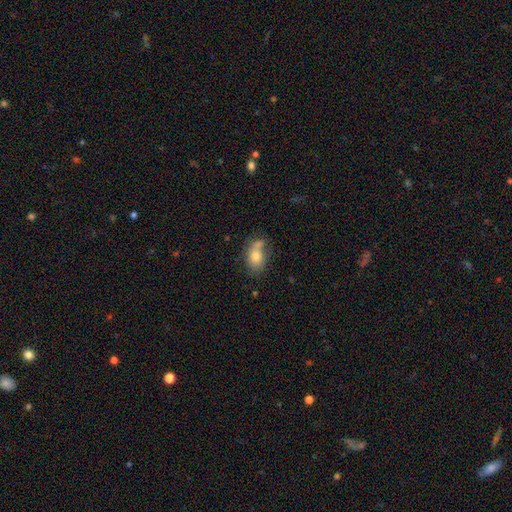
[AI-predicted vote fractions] A smooth galaxy with no disk features (74%) that is in between round and cigar-shaped (81%).

Vote fractions:
- Smooth or featured? smooth: 74% / featured or disk: 17% / star or artifact: 10%
- How rounded? in between: 81% / round: 16% / cigar-shaped: 3%
- Merging? none: 49% / merger: 21% / minor disturbance: 21% / major disturbance: 9%